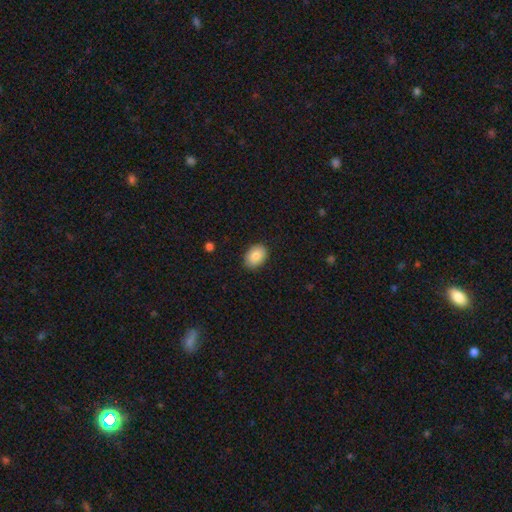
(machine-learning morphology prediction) The model was most divided on "how rounded": in between: 81%, round: 18%, cigar-shaped: 1%. More confident: merging — none (88%); smooth or featured — smooth (85%).